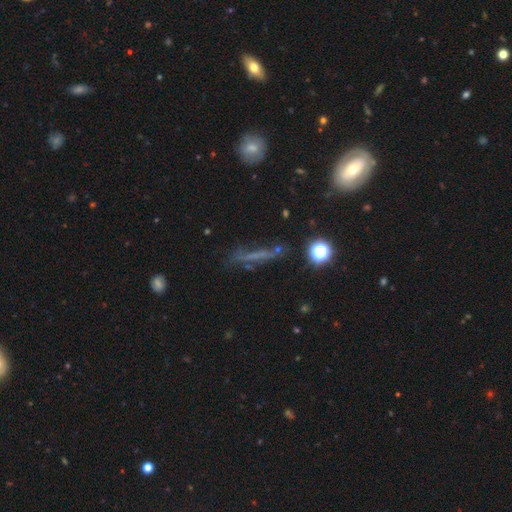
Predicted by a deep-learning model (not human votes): Q: Smooth or featured?
A: smooth (40%); runner-up: featured or disk (39%)
Q: Merging?
A: none (62%); runner-up: minor disturbance (19%)